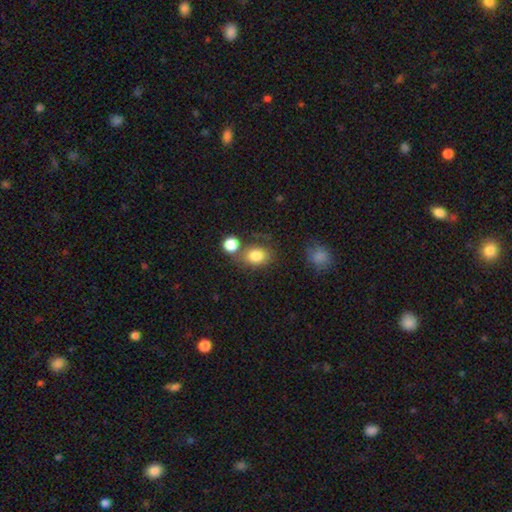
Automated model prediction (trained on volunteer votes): Smooth or featured?
  - smooth: 81% *
  - star or artifact: 10%
  - featured or disk: 9%
How rounded?
  - in between: 56% *
  - round: 43%
  - cigar-shaped: 1%
Merging?
  - none: 60% *
  - merger: 19%
  - minor disturbance: 15%
  - major disturbance: 6%